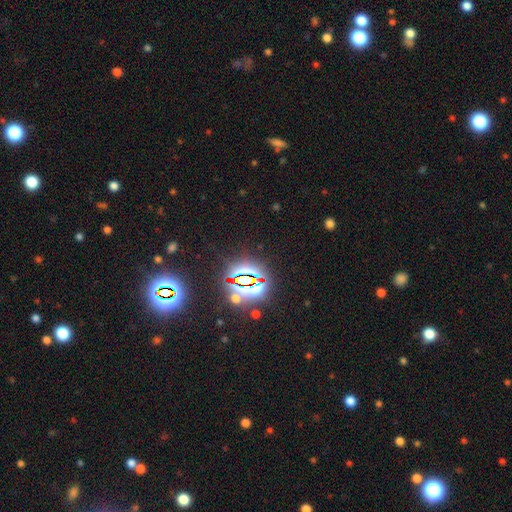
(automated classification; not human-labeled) This is clearly a star or artifact rather than a galaxy (82%).